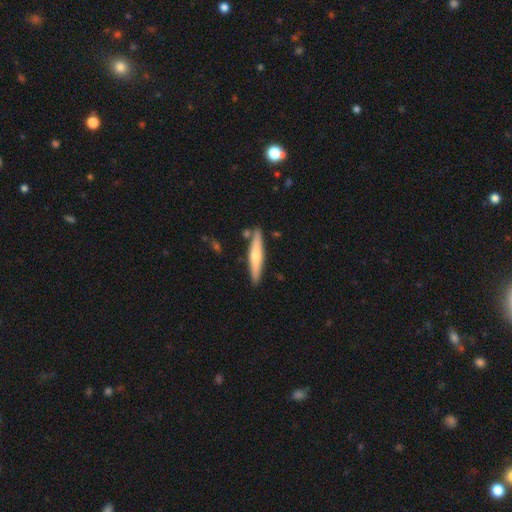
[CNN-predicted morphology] Smooth or featured? smooth (54%)
How rounded? cigar-shaped (89%)
Merging? none (83%)